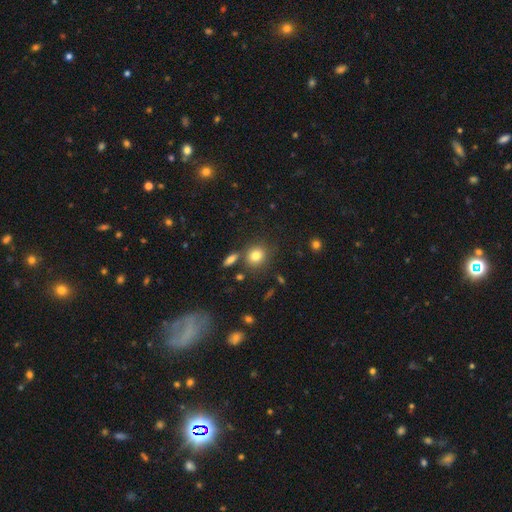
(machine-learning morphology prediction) This is clearly a smooth galaxy (81%). How rounded: likely round (76%). Merging: likely none (73%).